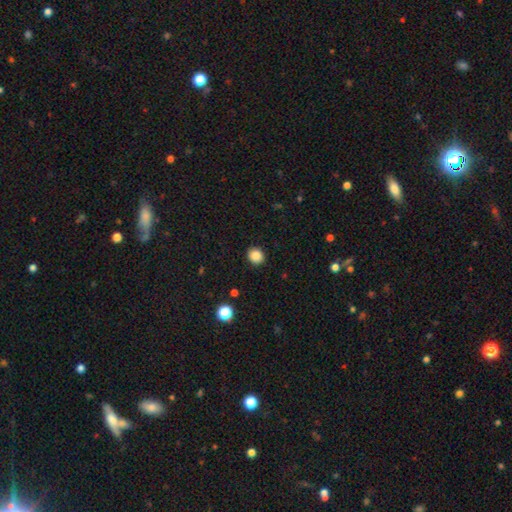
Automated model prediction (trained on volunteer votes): Smooth or featured?
  - smooth: 86% *
  - star or artifact: 10%
  - featured or disk: 4%
How rounded?
  - round: 80% *
  - in between: 19%
  - cigar-shaped: 1%
Merging?
  - none: 91% *
  - minor disturbance: 6%
  - major disturbance: 2%
  - merger: 1%